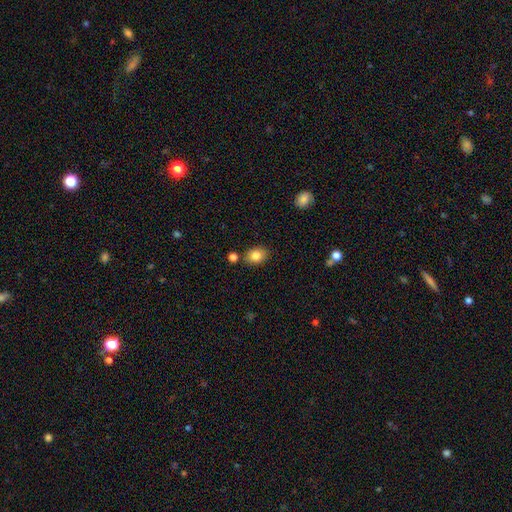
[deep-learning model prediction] smooth 83%, star or artifact 9%, featured or disk 8%. Down the decision tree: how rounded — in between (70%); merging — none (81%).